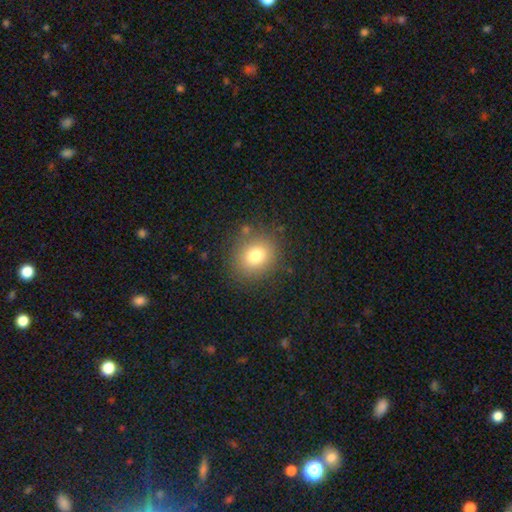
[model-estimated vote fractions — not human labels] A smooth galaxy with no disk features (76%) that is round (70%). Merging: none (83%).